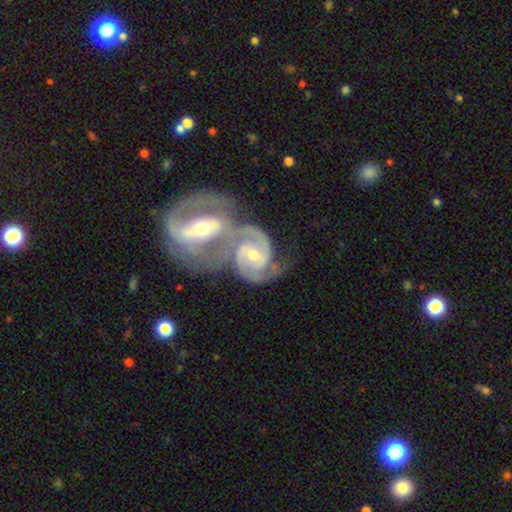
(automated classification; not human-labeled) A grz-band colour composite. It shows a featured or disk galaxy (91%) with a weak bar (44%), 2 (85%) medium (52%) spiral arms (98%) and a moderate central bulge (56%). Merging: merger (68%).